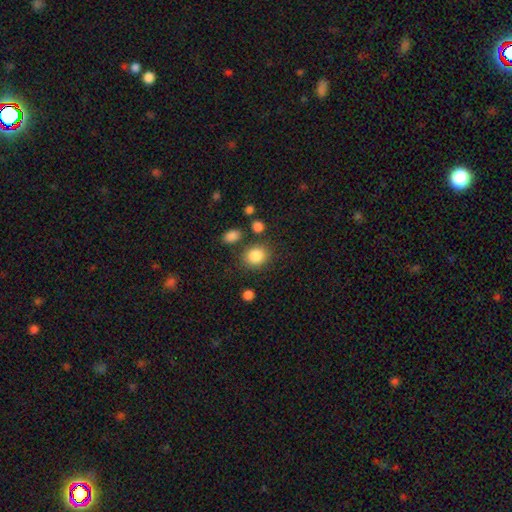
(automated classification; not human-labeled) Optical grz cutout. It shows a smooth galaxy with no disk features (86%) that is round (68%). Merging: none (76%).